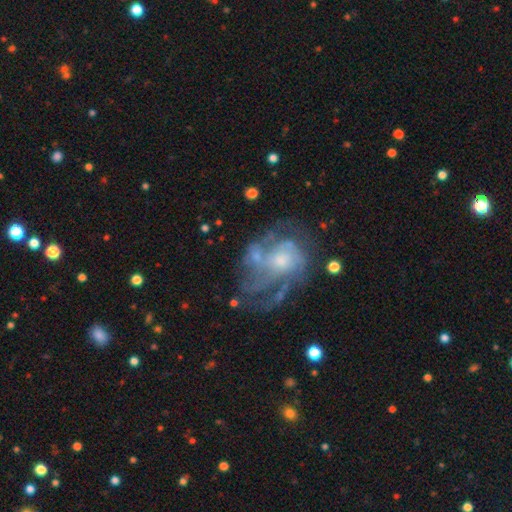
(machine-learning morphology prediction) This is likely a featured or disk galaxy (74%). It is clearly not viewed edge-on (97%). Bar: likely no (79%). Spiral arm pattern: likely yes (73%). Spiral arm count: marginally can't tell (44%). Spiral winding: marginally medium (40%). Central bulge: marginally small (45%). Merging: marginally none (37%).